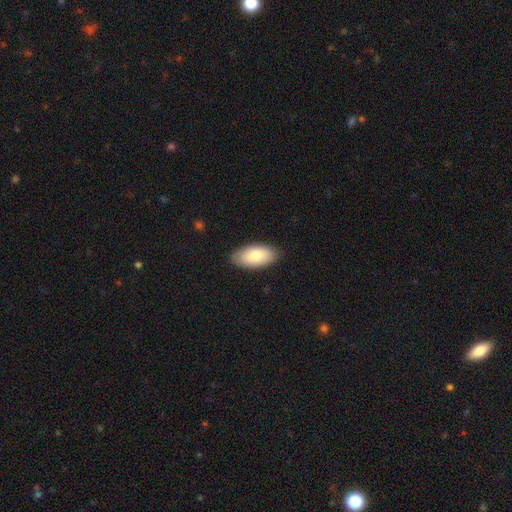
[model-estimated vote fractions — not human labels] A smooth galaxy with no disk features (82%) that is in between round and cigar-shaped (94%). Merging: none (87%).